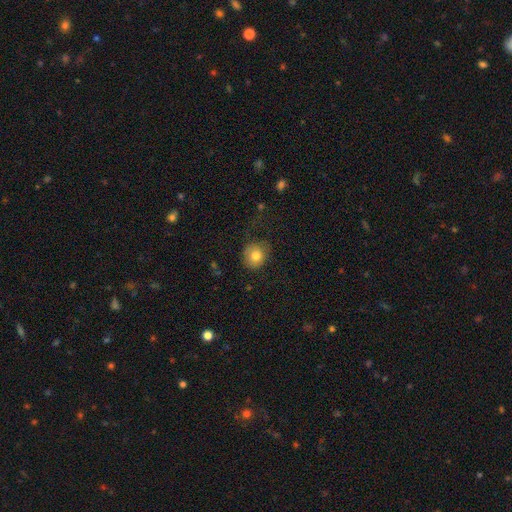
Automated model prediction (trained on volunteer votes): This appears to be a smooth galaxy with no disk features (79%) that is round (80%). Merging: none (70%).